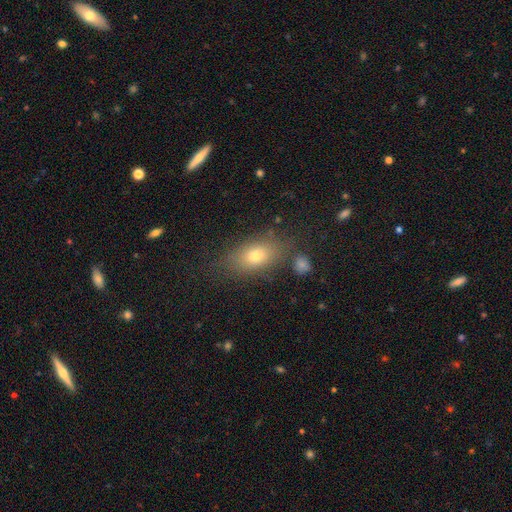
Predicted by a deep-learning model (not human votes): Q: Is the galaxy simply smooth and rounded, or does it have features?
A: smooth — 73%.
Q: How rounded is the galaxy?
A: in between — 81%.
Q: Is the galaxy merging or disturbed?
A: none — 74%.